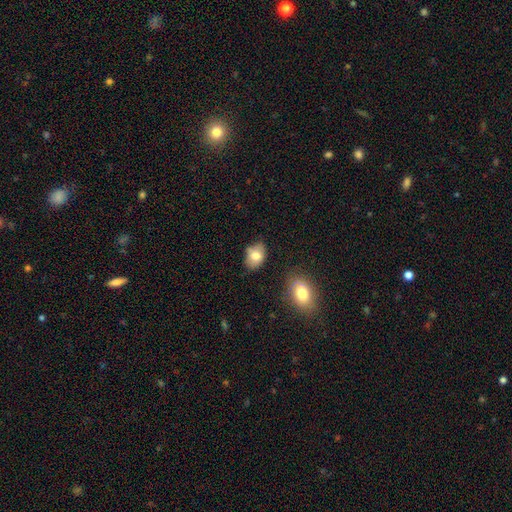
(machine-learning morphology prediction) Smooth or featured? smooth (77%)
How rounded? in between (77%)
Merging? none (66%)